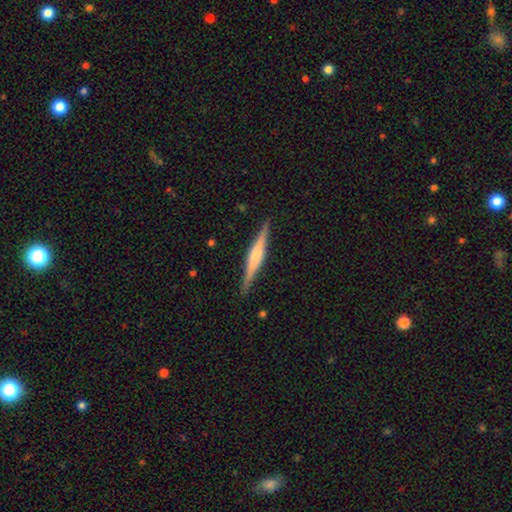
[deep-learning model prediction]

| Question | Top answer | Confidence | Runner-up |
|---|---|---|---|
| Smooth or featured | featured or disk | 68% | smooth (26%) |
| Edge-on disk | yes | 98% | no (2%) |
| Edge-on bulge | rounded | 59% | boxy (27%) |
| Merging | none | 90% | minor disturbance (7%) |